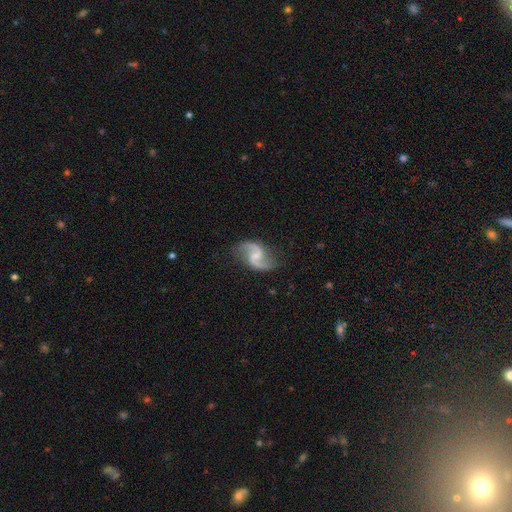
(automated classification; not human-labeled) This appears to be a featured or disk galaxy (91%) with a weak bar (49%), 2 (94%) loose (69%) spiral arms (98%) and a small central bulge (48%). Merging: none (80%).